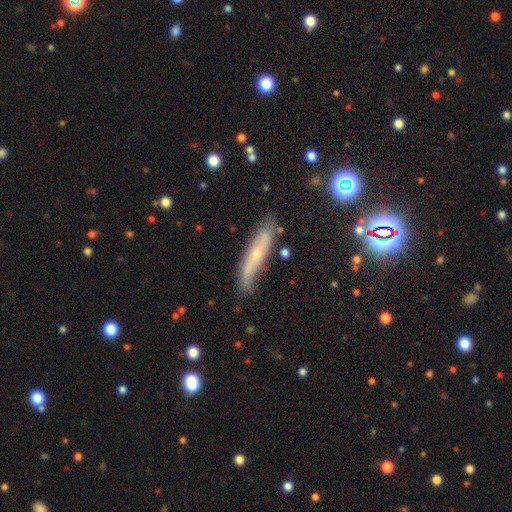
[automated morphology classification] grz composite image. It shows a smooth galaxy with no disk features (46%). Merging: none (65%).